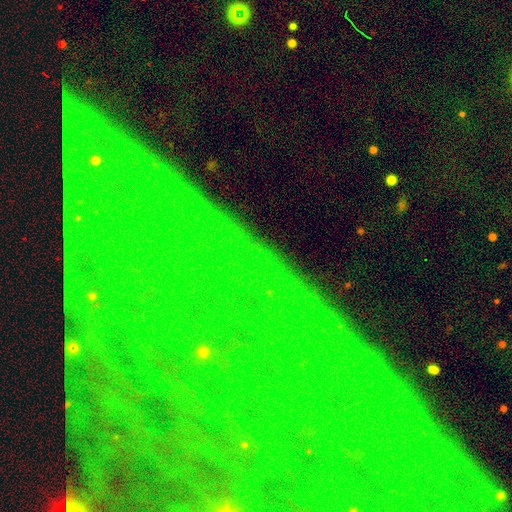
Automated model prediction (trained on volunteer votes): smooth_or_featured: star or artifact (p=0.83) [alt: featured or disk p=0.09]